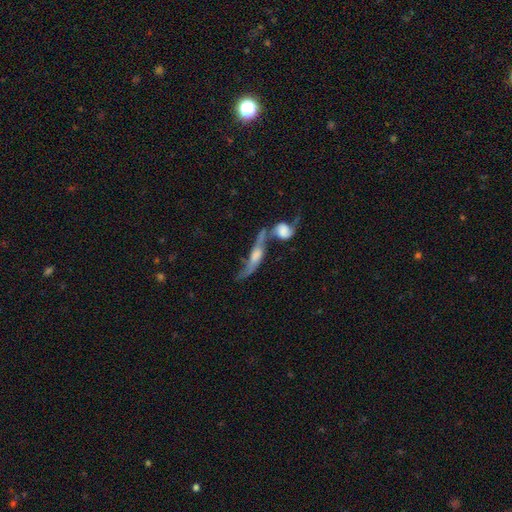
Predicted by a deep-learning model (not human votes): A featured or disk galaxy (71%). Merging: merger (53%).